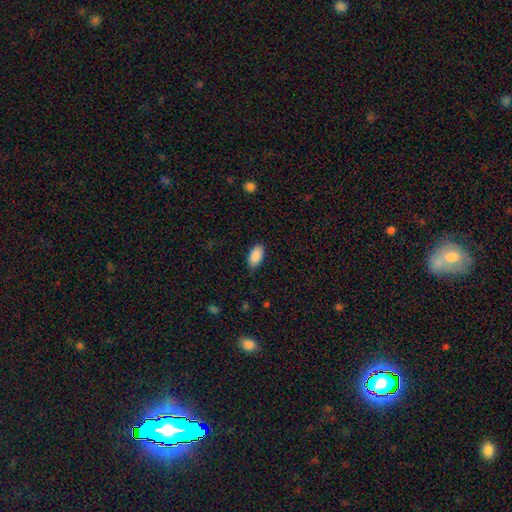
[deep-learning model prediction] This appears to be a smooth galaxy with no disk features (89%) that is in between round and cigar-shaped (95%). Merging: none (84%).